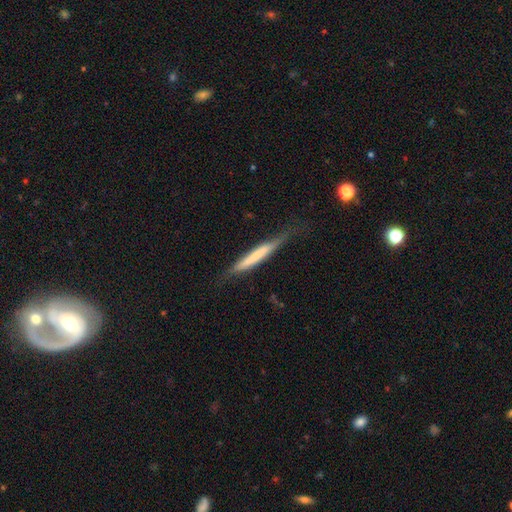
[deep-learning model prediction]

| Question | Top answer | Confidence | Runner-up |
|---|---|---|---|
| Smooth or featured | featured or disk | 50% | smooth (41%) |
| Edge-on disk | yes | 90% | no (10%) |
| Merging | none | 70% | minor disturbance (21%) |